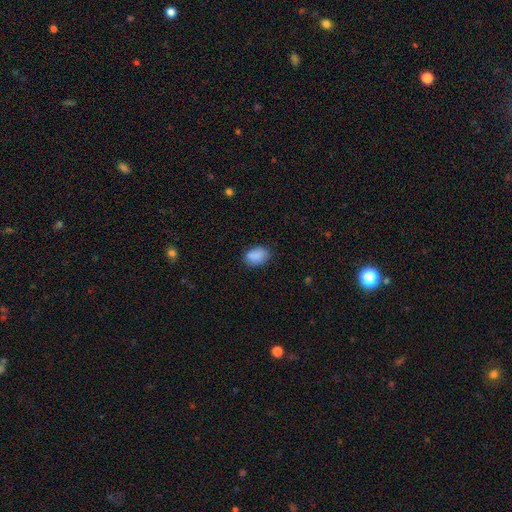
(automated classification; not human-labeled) Smooth or featured? Predicted: smooth (p=0.88). How rounded? Predicted: in between (p=0.82). Merging? Predicted: none (p=0.78).